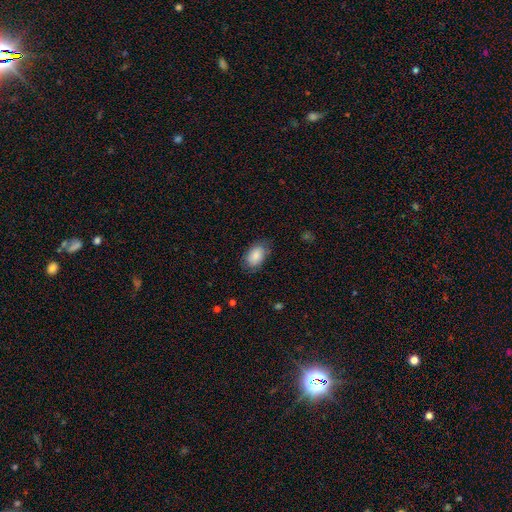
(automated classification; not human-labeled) Smooth or featured? Predicted: smooth (p=0.86). How rounded? Predicted: in between (p=0.91). Merging? Predicted: none (p=0.74).